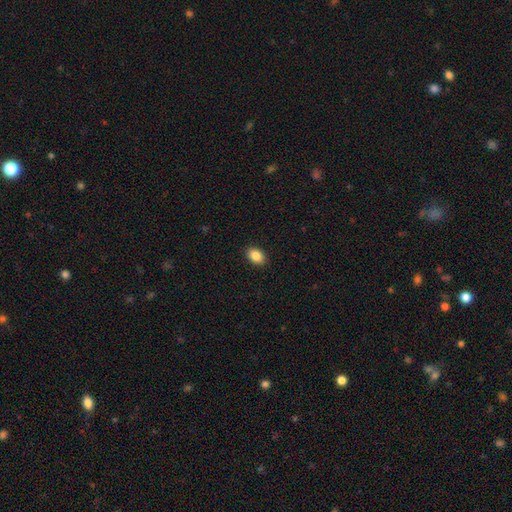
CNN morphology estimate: Smooth or featured? Predicted: smooth (p=0.88). How rounded? Predicted: in between (p=0.86). Merging? Predicted: none (p=0.90).